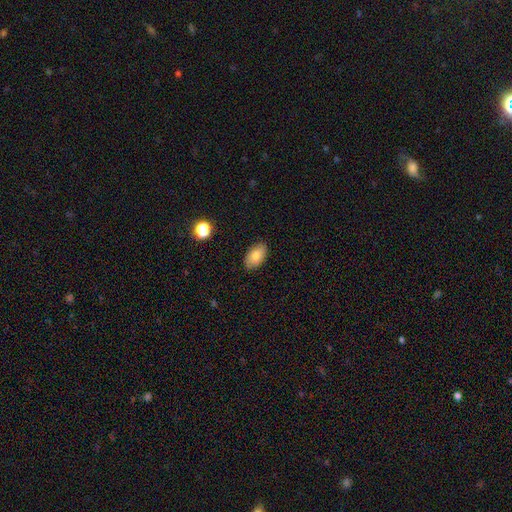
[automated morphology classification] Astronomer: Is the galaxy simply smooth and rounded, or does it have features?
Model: smooth — 80%.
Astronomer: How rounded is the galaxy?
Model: in between — 92%.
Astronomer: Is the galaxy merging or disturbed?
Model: none — 86%.